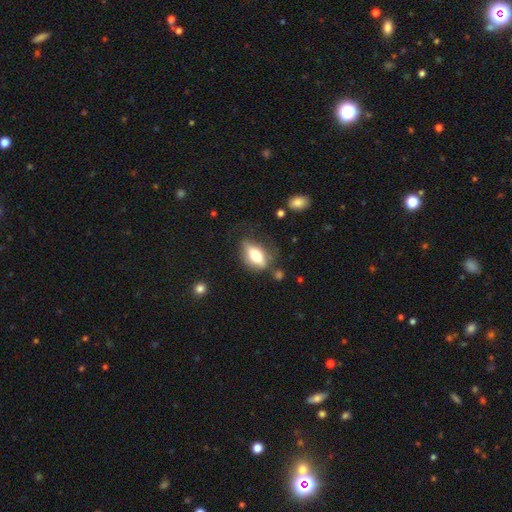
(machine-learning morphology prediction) The model was most divided on "smooth or featured": smooth: 62%, featured or disk: 31%, star or artifact: 8%. More confident: how rounded — in between (78%); merging — none (66%).